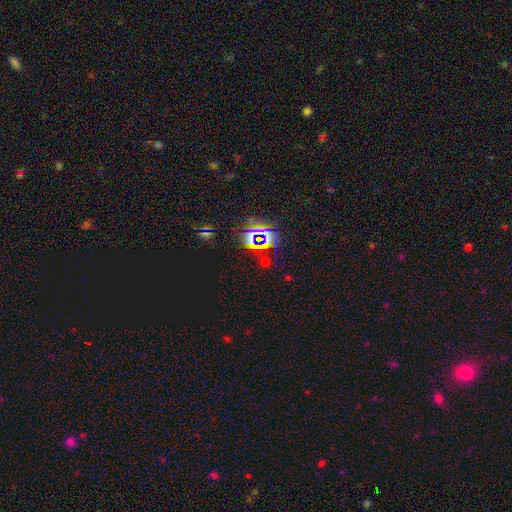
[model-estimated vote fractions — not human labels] smooth_or_featured: star or artifact (p=0.77) [alt: smooth p=0.15]